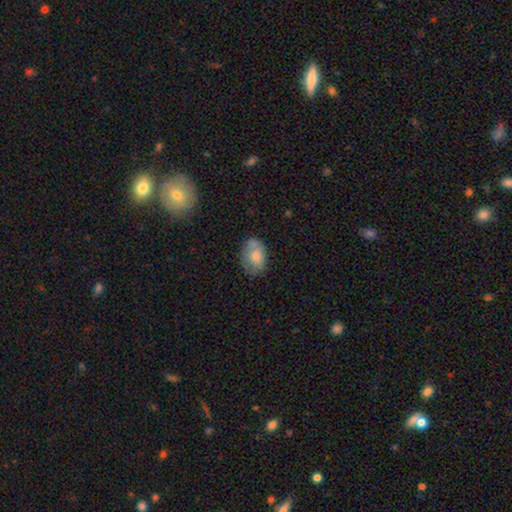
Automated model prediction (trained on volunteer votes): Smooth or featured?
  - smooth: 74% *
  - featured or disk: 19%
  - star or artifact: 7%
How rounded?
  - in between: 82% *
  - round: 17%
  - cigar-shaped: 1%
Merging?
  - none: 63% *
  - minor disturbance: 26%
  - major disturbance: 8%
  - merger: 4%